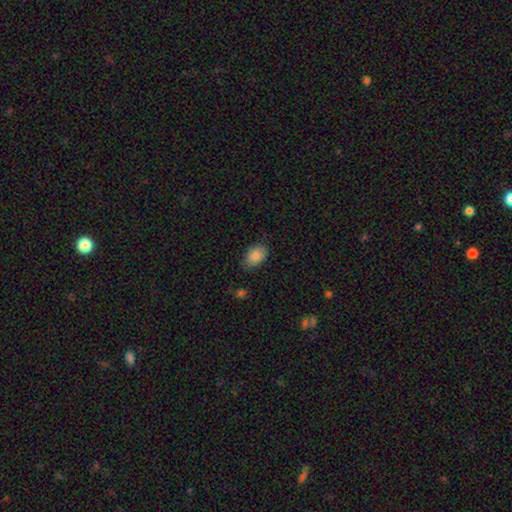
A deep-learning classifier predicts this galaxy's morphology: smooth-or-featured: smooth: 85% | featured or disk: 8% | star or artifact: 8%
  how-rounded: in between: 84% | round: 15% | cigar-shaped: 1%
  merging: none: 80% | minor disturbance: 16% | major disturbance: 3% | merger: 1%